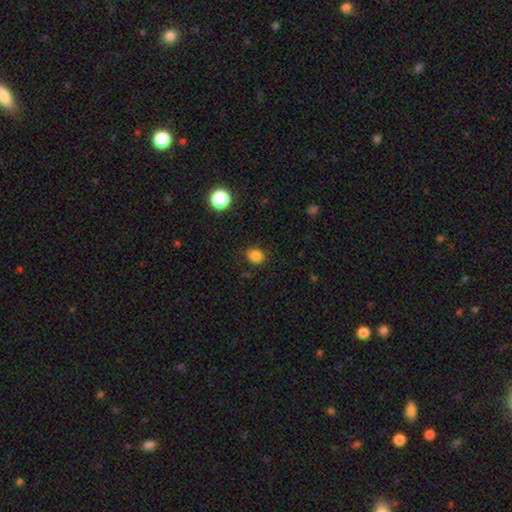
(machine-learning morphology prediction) This is clearly a smooth galaxy (83%). How rounded: likely round (61%). Merging: clearly none (85%).